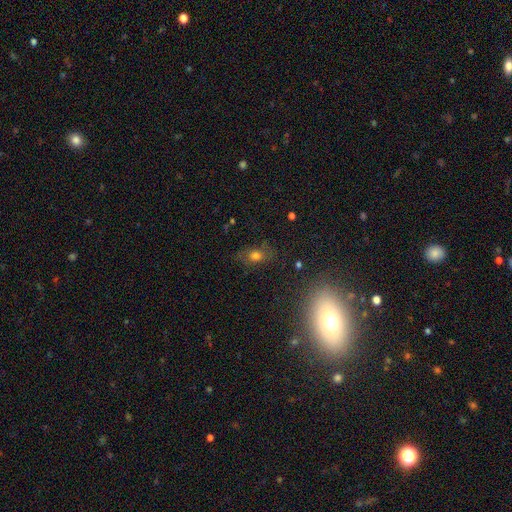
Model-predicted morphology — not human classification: This appears to be a smooth galaxy with no disk features (66%) that is in between round and cigar-shaped (69%). Merging: none (73%).